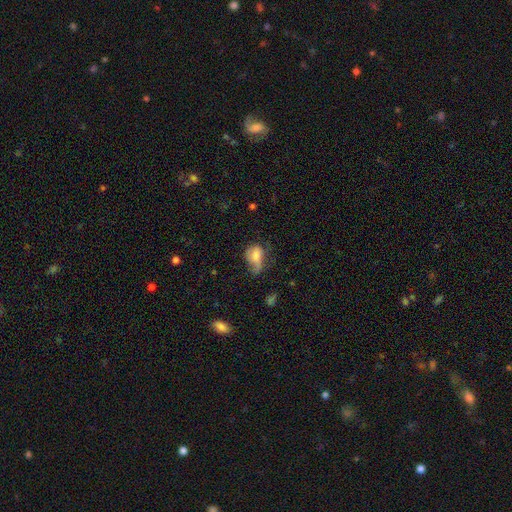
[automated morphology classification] This is likely a smooth galaxy (65%). How rounded: clearly in between (81%). Merging: marginally major disturbance (37%).